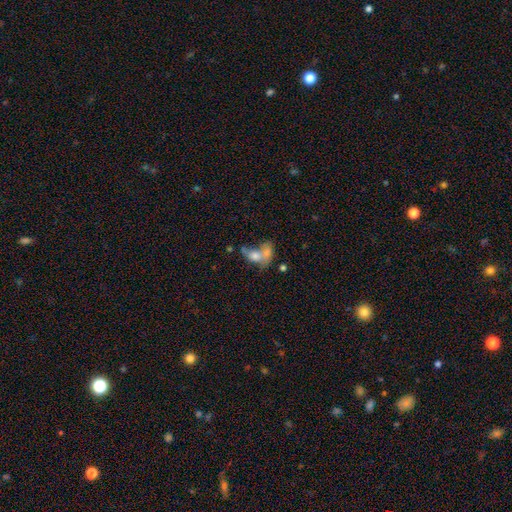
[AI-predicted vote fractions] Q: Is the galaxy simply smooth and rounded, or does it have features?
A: smooth — 61%.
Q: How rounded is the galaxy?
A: in between — 74%.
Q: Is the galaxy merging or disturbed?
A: merger — 63%.